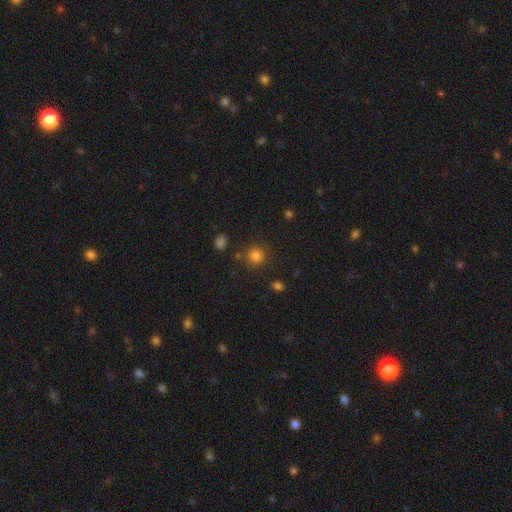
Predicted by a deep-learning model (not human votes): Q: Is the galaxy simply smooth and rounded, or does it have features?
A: smooth — 81%.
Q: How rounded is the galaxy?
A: round — 92%.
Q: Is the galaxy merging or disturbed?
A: none — 84%.